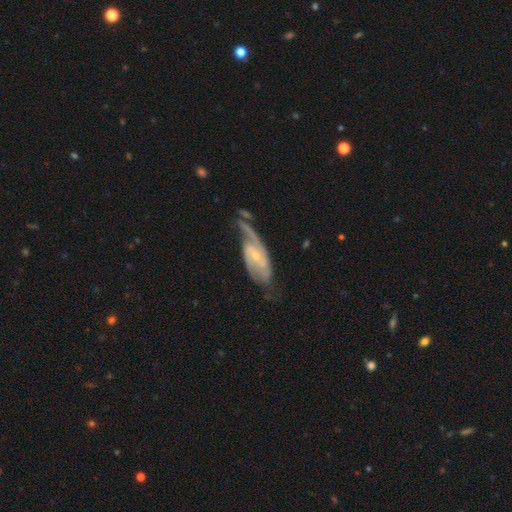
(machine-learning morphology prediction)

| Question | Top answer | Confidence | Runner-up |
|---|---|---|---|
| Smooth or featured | featured or disk | 85% | smooth (10%) |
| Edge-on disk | no | 93% | yes (7%) |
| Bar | no | 52% | weak (36%) |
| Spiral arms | yes | 95% | no (5%) |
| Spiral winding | medium | 46% | tight (31%) |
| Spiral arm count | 2 | 72% | can't tell (10%) |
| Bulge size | small | 67% | moderate (28%) |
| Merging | none | 53% | minor disturbance (25%) |